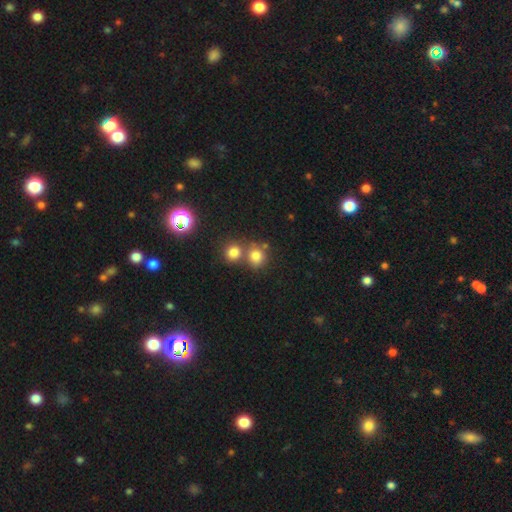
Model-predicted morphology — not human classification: Overall: smooth (78%). How rounded: round (82%). Merging: none (51%; merger 37%).